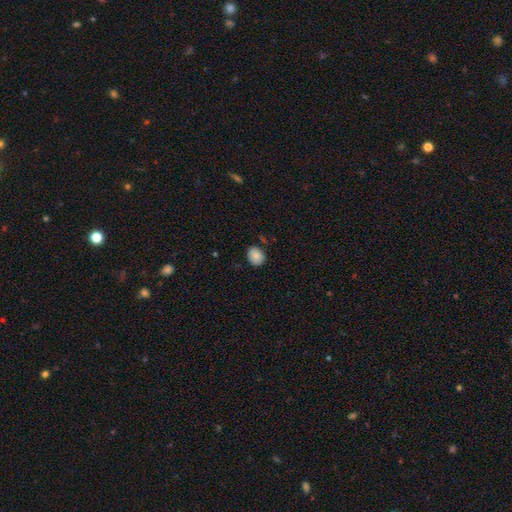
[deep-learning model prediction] smooth-or-featured: smooth: 86% | star or artifact: 8% | featured or disk: 6%
  how-rounded: in between: 52% | round: 47% | cigar-shaped: 1%
  merging: none: 80% | minor disturbance: 15% | major disturbance: 3% | merger: 2%